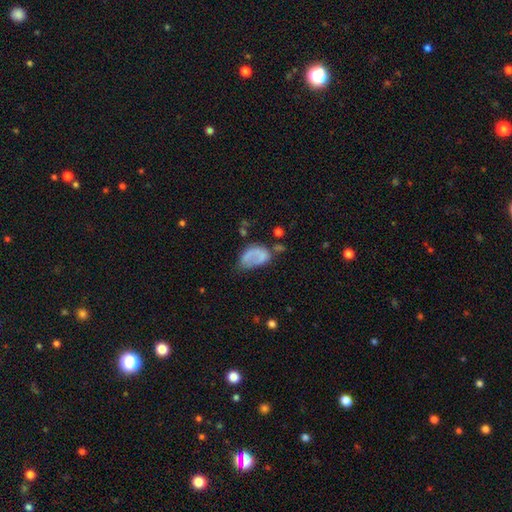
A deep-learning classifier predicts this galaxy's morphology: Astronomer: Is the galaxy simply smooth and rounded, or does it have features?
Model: smooth — 62%.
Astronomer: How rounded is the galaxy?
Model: in between — 89%.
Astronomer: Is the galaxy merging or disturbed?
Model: none — 31% (runner-up: major disturbance, 30%).